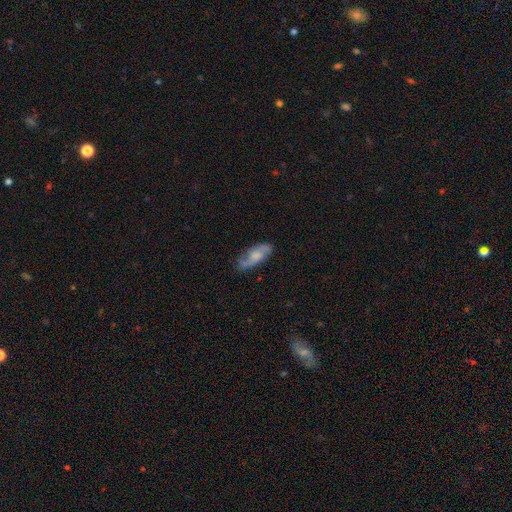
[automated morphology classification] featured or disk 55%, smooth 38%, star or artifact 7%. Down the decision tree: edge-on disk — no (84%); merging — none (76%).